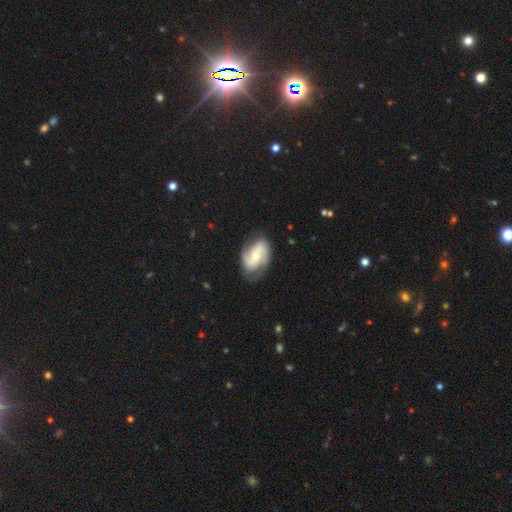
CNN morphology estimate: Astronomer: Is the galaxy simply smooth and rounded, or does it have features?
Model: featured or disk — 75%.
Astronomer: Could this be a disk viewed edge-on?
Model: no — 96%.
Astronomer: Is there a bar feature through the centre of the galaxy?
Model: no — 48% (runner-up: weak, 37%).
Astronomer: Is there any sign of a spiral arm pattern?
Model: yes — 92%.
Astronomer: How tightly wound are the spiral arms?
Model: medium — 45% (runner-up: tight, 28%).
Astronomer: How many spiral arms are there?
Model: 2 — 77%.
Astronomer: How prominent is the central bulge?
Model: moderate — 57% (runner-up: small, 37%).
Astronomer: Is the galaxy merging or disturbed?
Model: none — 73%.